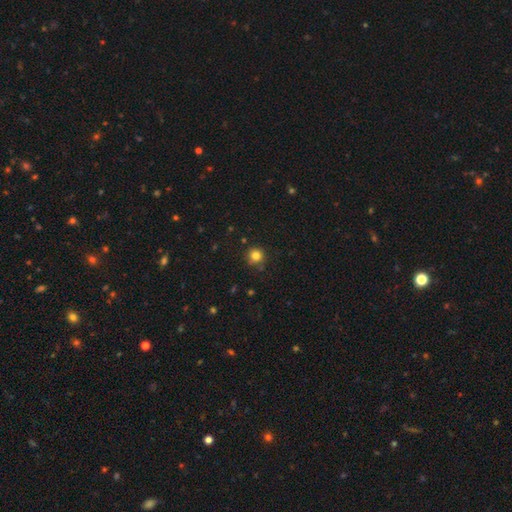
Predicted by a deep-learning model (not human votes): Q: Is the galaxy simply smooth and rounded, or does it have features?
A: smooth — 81%.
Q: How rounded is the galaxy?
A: round — 94%.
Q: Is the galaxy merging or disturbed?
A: none — 86%.